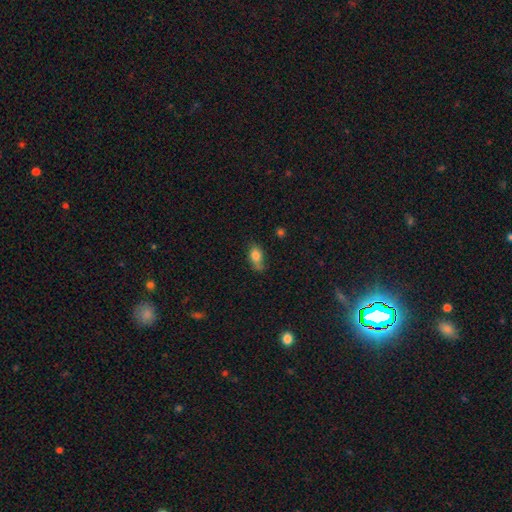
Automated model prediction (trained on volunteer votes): smooth-or-featured: smooth: 78% | featured or disk: 13% | star or artifact: 8%
  how-rounded: in between: 85% | round: 9% | cigar-shaped: 6%
  merging: none: 61% | minor disturbance: 29% | major disturbance: 7% | merger: 2%